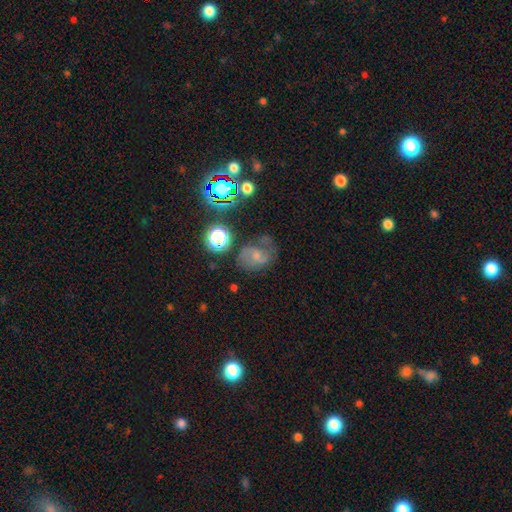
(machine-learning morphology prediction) This appears to be a featured or disk galaxy (46%). Merging: none (51%).